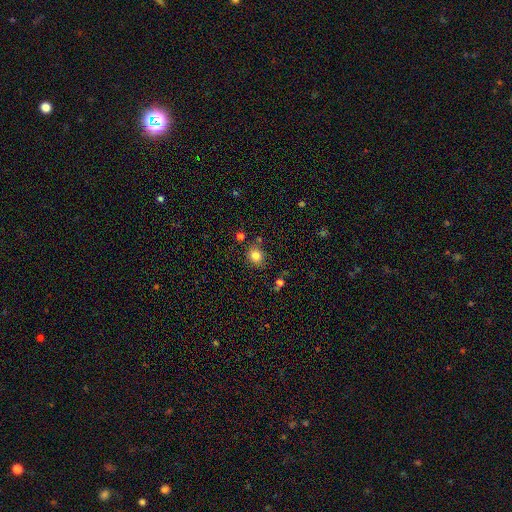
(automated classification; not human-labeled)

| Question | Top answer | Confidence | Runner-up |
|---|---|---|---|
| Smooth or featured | smooth | 81% | star or artifact (12%) |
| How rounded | round | 77% | in between (22%) |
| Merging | none | 80% | minor disturbance (12%) |